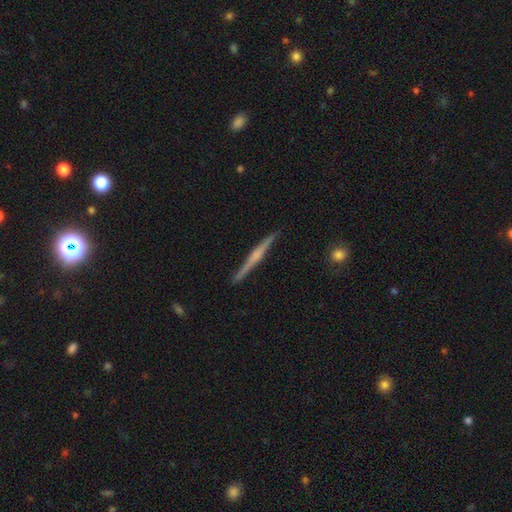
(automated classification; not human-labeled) A featured or disk galaxy (73%) viewed edge-on (98%) with a rounded central bulge (63%).

Vote fractions:
- Smooth or featured? featured or disk: 73% / smooth: 21% / star or artifact: 5%
- Edge-on disk? yes: 98% / no: 2%
- Edge-on bulge? rounded: 63% / none: 23% / boxy: 14%
- Merging? none: 90% / minor disturbance: 7% / major disturbance: 1% / merger: 1%